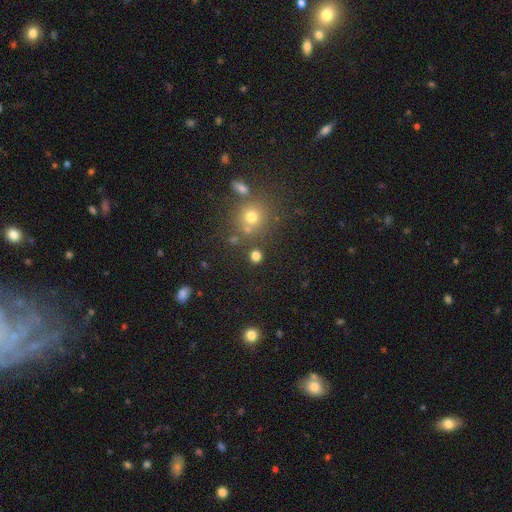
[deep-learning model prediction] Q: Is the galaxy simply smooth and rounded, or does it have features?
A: smooth — 76%.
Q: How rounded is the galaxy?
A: round — 86%.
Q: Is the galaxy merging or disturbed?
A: none — 81%.